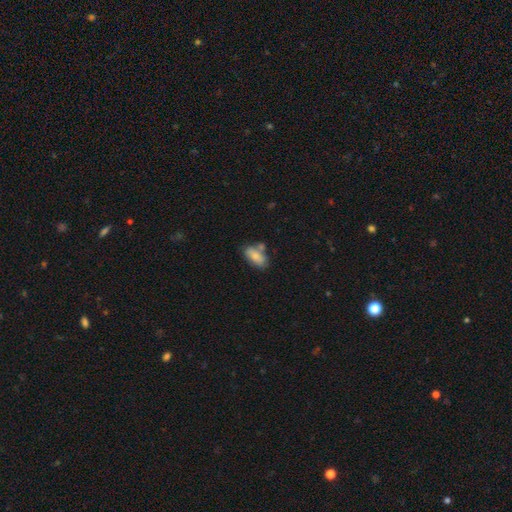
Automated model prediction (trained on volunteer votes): smooth_or_featured: smooth (p=0.77) [alt: featured or disk p=0.16]
how_rounded: in between (p=0.89) [alt: cigar-shaped p=0.07]
merging: none (p=0.57) [alt: merger p=0.19]